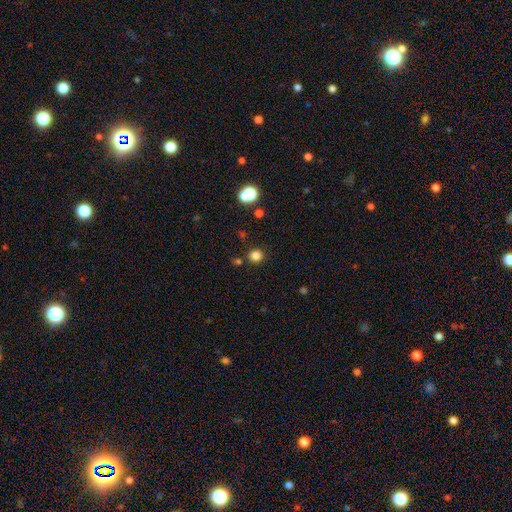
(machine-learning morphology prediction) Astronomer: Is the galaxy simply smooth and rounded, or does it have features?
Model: smooth — 81%.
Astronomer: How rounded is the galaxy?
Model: round — 89%.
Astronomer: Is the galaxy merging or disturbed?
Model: none — 87%.